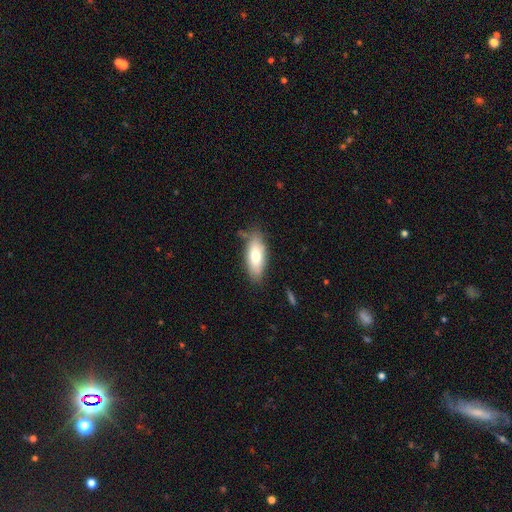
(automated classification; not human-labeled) Overall: smooth (72%). How rounded: in between (76%). Merging: none (78%).